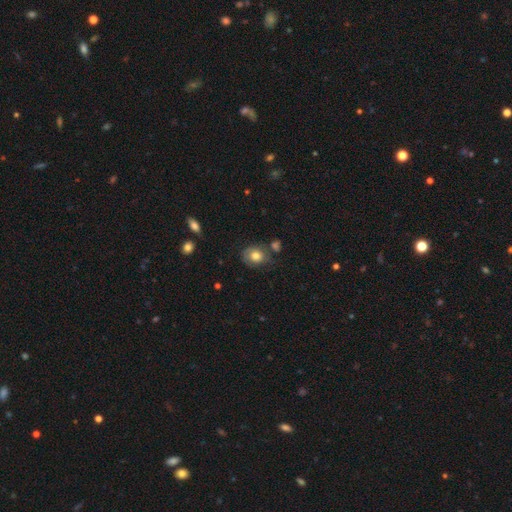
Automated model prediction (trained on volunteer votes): Smooth or featured: smooth — 71% (featured or disk — 20%)
How rounded: round — 58% (in between — 41%)
Merging: none — 58% (minor disturbance — 24%)